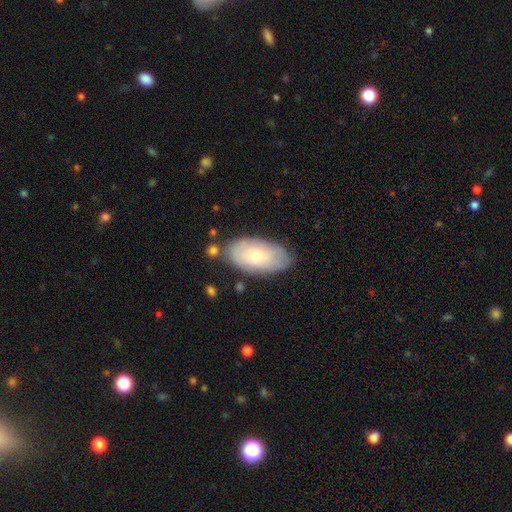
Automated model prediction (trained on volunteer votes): This is likely a smooth galaxy (65%). How rounded: clearly in between (94%). Merging: likely none (73%).